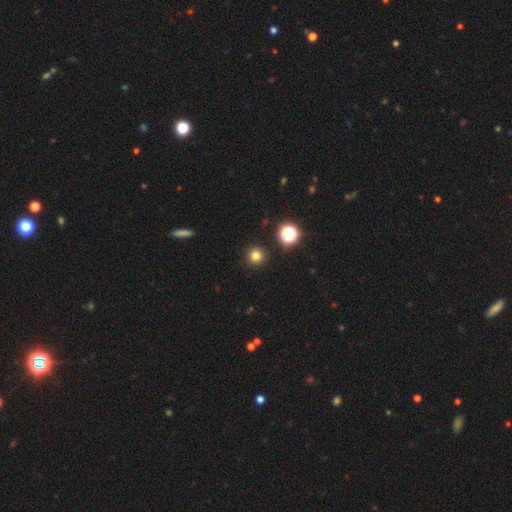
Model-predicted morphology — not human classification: The model was most divided on "smooth or featured": smooth: 79%, star or artifact: 16%, featured or disk: 5%. More confident: how rounded — round (95%); merging — none (92%).